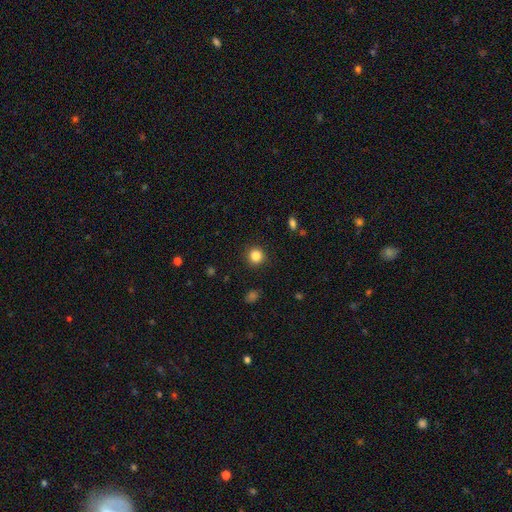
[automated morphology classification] Smooth or featured?
  - smooth: 85% *
  - star or artifact: 11%
  - featured or disk: 4%
How rounded?
  - round: 92% *
  - in between: 7%
  - cigar-shaped: 1%
Merging?
  - none: 91% *
  - minor disturbance: 6%
  - major disturbance: 2%
  - merger: 1%